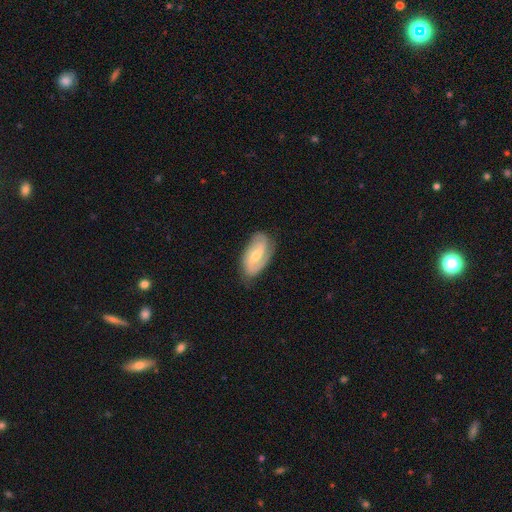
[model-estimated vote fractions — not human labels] Smooth or featured: featured or disk — 62% (smooth — 27%)
Edge-on disk: no — 91% (yes — 9%)
Bar: weak — 42% (no — 41%)
Spiral arms: yes — 82% (no — 18%)
Bulge size: moderate — 51% (small — 44%)
Merging: none — 81% (minor disturbance — 15%)